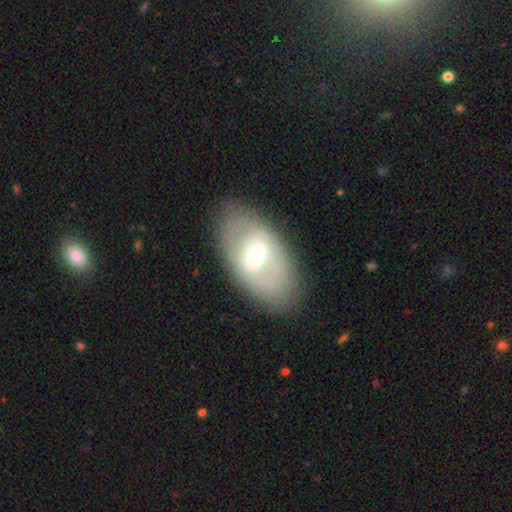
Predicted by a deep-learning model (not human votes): The model was most divided on "bulge size": moderate: 54%, small: 40%, large: 4%, dominant: 1%, none: 1%. Remaining: edge-on disk — no (90%); merging — none (81%); smooth or featured — featured or disk (63%); spiral arms — no (61%); bar — weak (45%).